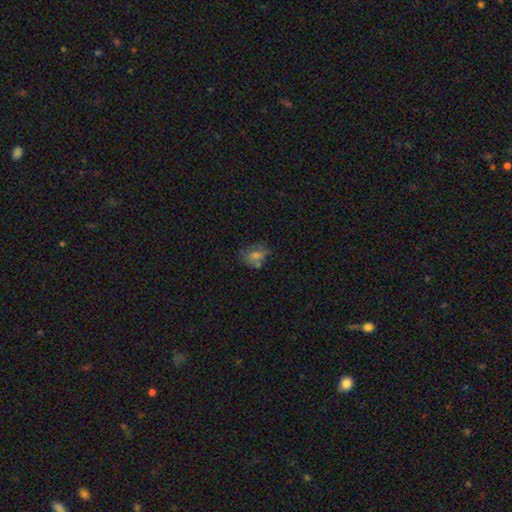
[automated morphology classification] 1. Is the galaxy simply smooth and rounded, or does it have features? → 56% smooth, 26% star or artifact, 18% featured or disk.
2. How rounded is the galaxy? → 63% in between, 34% round, 3% cigar-shaped.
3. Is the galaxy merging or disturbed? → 61% none, 20% minor disturbance, 10% major disturbance, 9% merger.